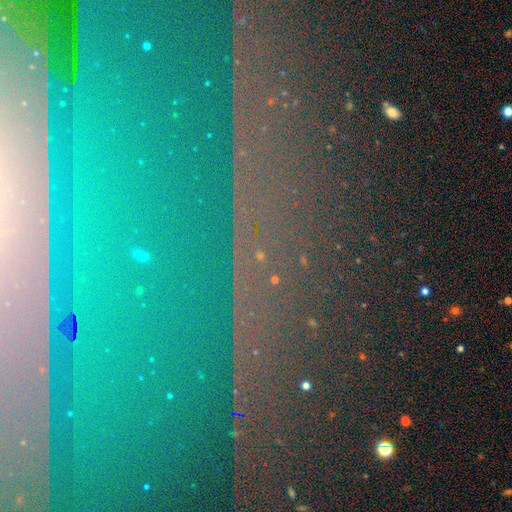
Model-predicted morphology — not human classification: The model was most divided on "smooth or featured": star or artifact: 85%, featured or disk: 8%, smooth: 7%.